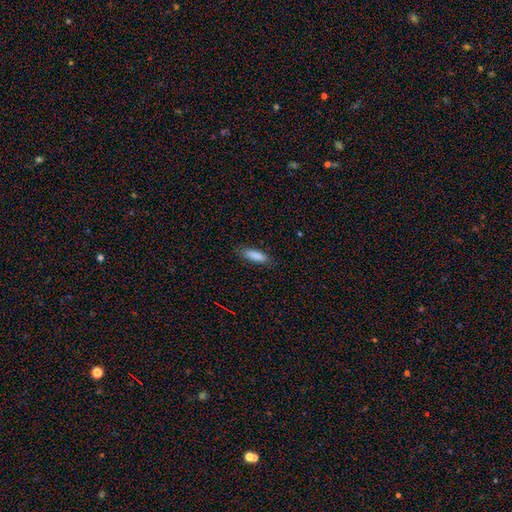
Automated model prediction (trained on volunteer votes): smooth 86%, star or artifact 7%, featured or disk 7%. Down the decision tree: how rounded — cigar-shaped (51%); merging — none (83%).